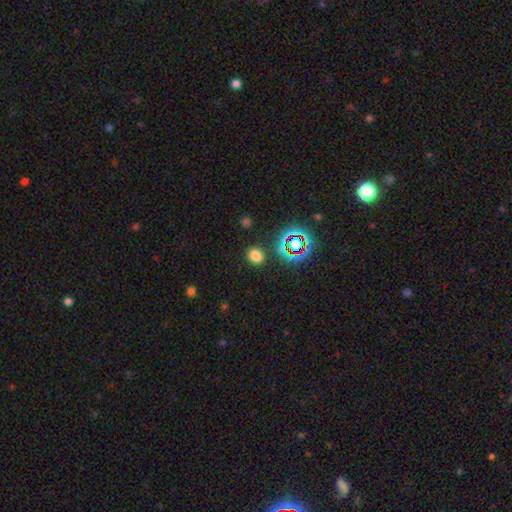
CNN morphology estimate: This is likely a smooth galaxy (73%). How rounded: likely round (66%). Merging: clearly none (86%).